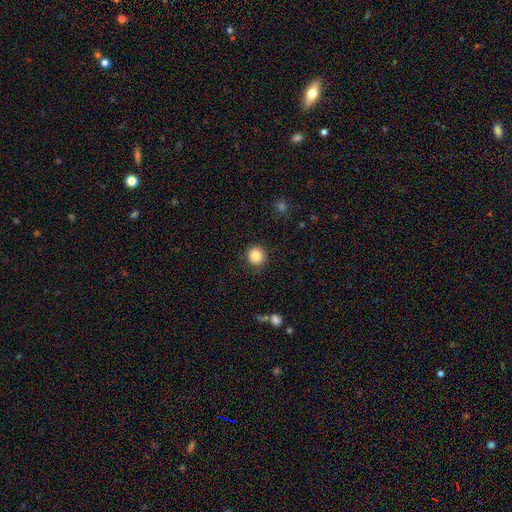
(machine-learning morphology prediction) Q: Smooth or featured?
A: smooth (88%); runner-up: star or artifact (9%)
Q: How rounded?
A: round (92%); runner-up: in between (7%)
Q: Merging?
A: none (89%); runner-up: minor disturbance (7%)